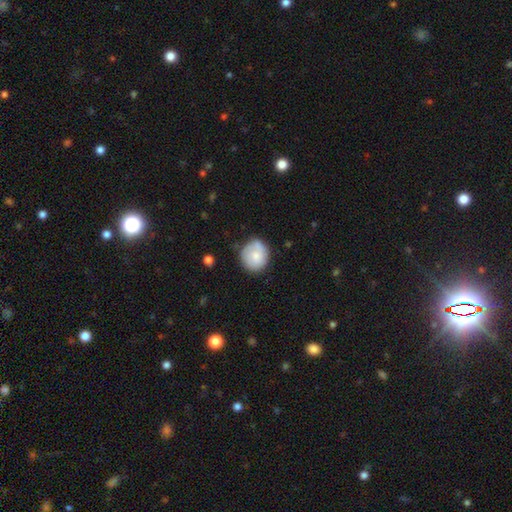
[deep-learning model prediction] This appears to be a smooth galaxy with no disk features (70%) that is round (84%). Merging: none (68%).